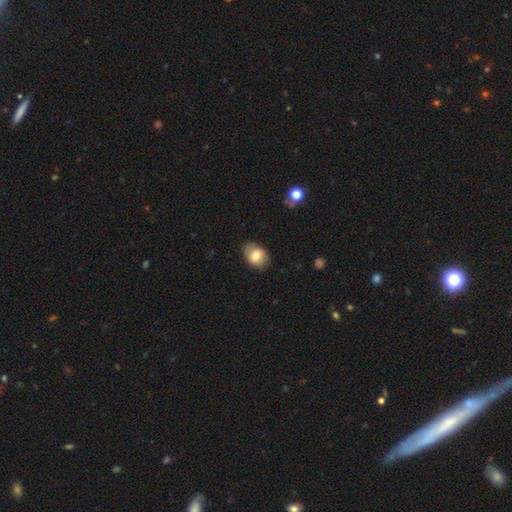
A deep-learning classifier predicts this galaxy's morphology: This is likely a smooth galaxy (75%). How rounded: likely in between (61%). Merging: likely none (77%).